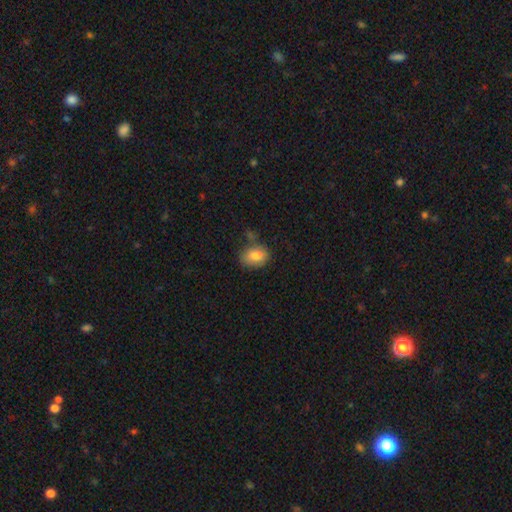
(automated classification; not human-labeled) smooth_or_featured: smooth (p=0.83) [alt: featured or disk p=0.09]
how_rounded: in between (p=0.74) [alt: round p=0.25]
merging: none (p=0.64) [alt: minor disturbance p=0.22]